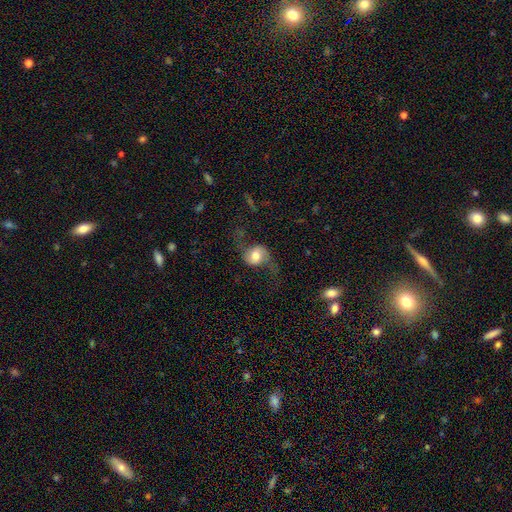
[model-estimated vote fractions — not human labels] This is likely a featured or disk galaxy (66%). It is clearly not viewed edge-on (97%). Bar: possibly no (49%). Spiral arm pattern: clearly yes (92%). Spiral arm count: clearly 2 (92%). Spiral winding: clearly loose (81%). Central bulge: possibly moderate (54%). Merging: likely none (61%).